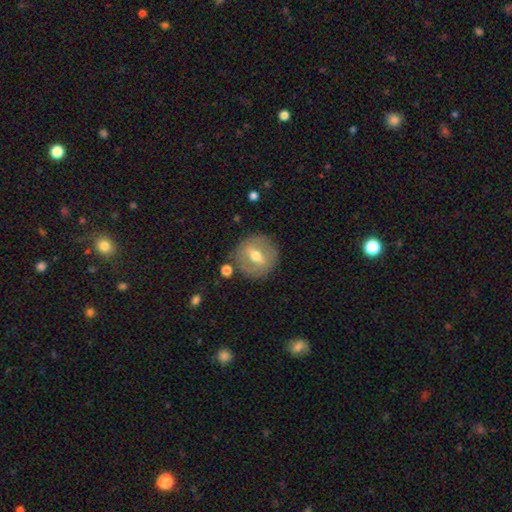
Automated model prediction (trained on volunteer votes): Morphology: type=featured or disk (52%); edge-on=no (84%); merging=none (83%).